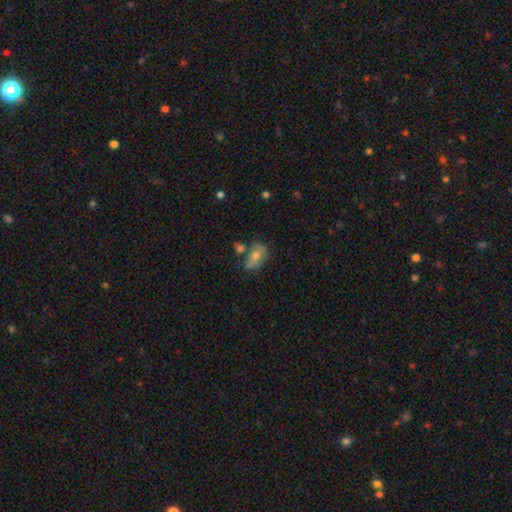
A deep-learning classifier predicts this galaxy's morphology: smooth_or_featured: smooth (p=0.52) [alt: featured or disk p=0.34]
how_rounded: in between (p=0.79) [alt: round p=0.17]
merging: none (p=0.47) [alt: minor disturbance p=0.24]